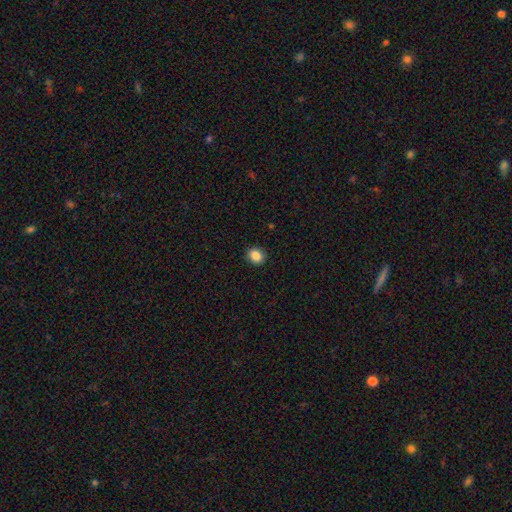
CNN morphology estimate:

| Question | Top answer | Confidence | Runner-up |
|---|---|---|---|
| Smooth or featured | smooth | 86% | star or artifact (10%) |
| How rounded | round | 70% | in between (29%) |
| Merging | none | 91% | minor disturbance (6%) |